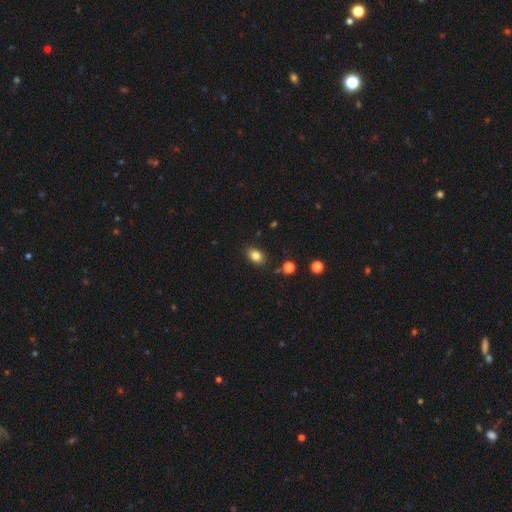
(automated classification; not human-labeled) Q: Smooth or featured?
A: smooth (83%); runner-up: star or artifact (10%)
Q: How rounded?
A: in between (79%); runner-up: round (20%)
Q: Merging?
A: none (85%); runner-up: minor disturbance (10%)